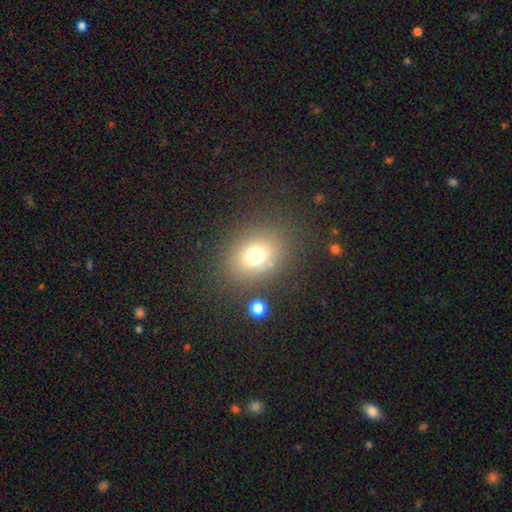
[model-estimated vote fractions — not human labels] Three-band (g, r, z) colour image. It shows a smooth galaxy with no disk features (71%) that is round (58%). Merging: none (78%).